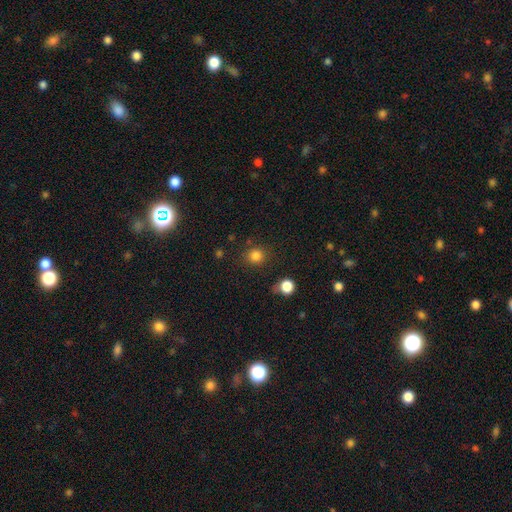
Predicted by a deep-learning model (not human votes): Smooth or featured: smooth — 82% (star or artifact — 13%)
How rounded: round — 89% (in between — 10%)
Merging: none — 83% (minor disturbance — 10%)